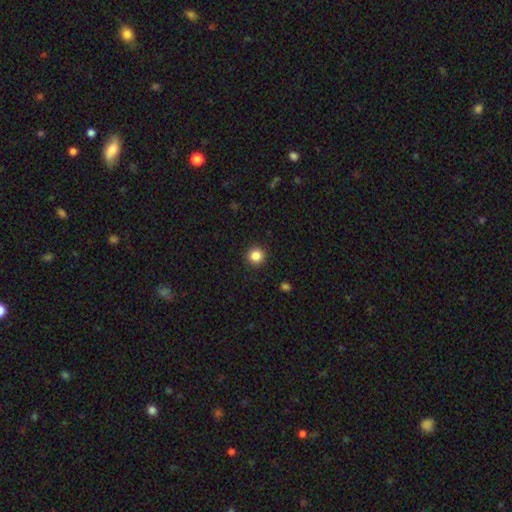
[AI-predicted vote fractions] smooth-or-featured: smooth: 85% | star or artifact: 11% | featured or disk: 4%
  how-rounded: round: 95% | in between: 4% | cigar-shaped: 1%
  merging: none: 92% | minor disturbance: 5% | major disturbance: 2% | merger: 1%